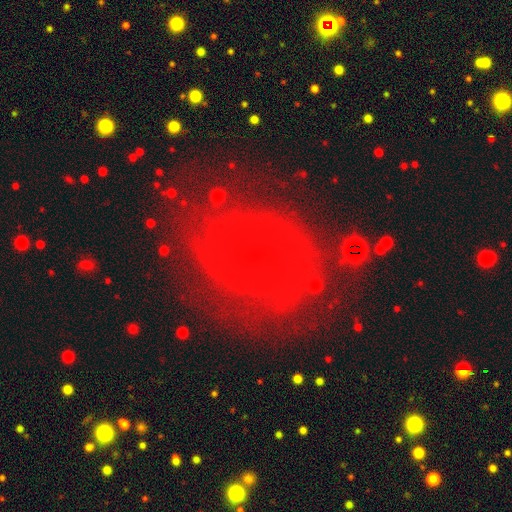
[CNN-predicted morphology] The model was most divided on "smooth or featured": featured or disk: 39%, smooth: 34%, star or artifact: 26%. More confident: merging — none (74%).